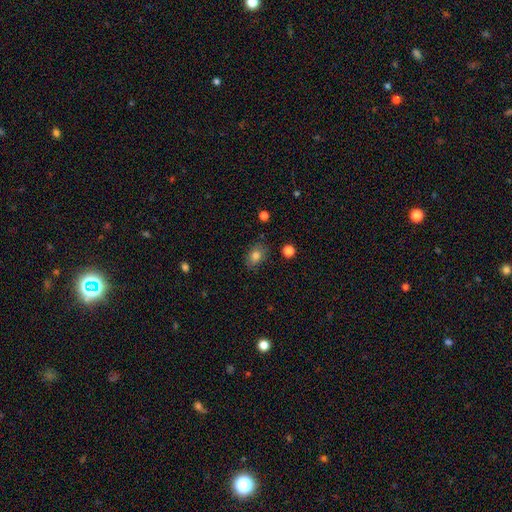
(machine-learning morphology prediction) A smooth galaxy with no disk features (81%) that is in between round and cigar-shaped (75%). Merging: none (79%).